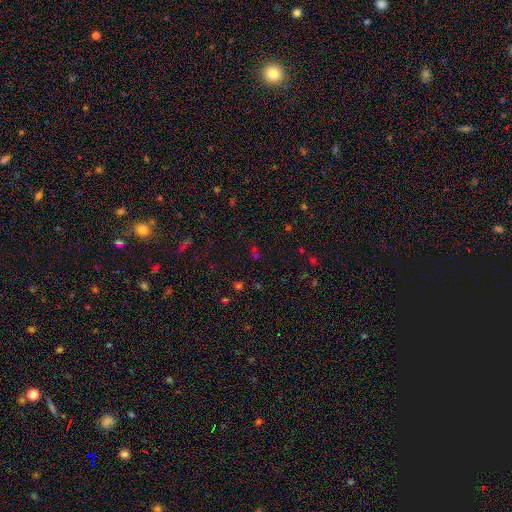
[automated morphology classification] Smooth or featured? star or artifact (52%)